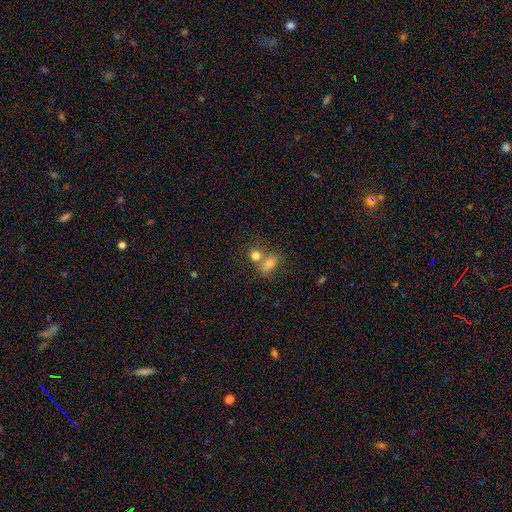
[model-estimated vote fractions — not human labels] This appears to be a smooth galaxy with no disk features (76%) that is round (63%). Merging: merger (52%).